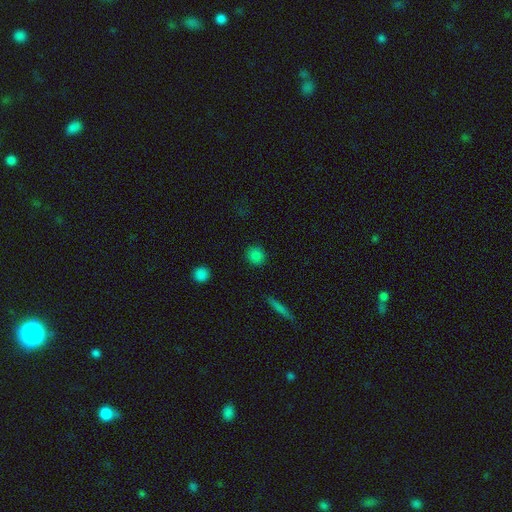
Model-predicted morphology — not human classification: Smooth or featured? smooth (84%)
How rounded? round (89%)
Merging? none (90%)